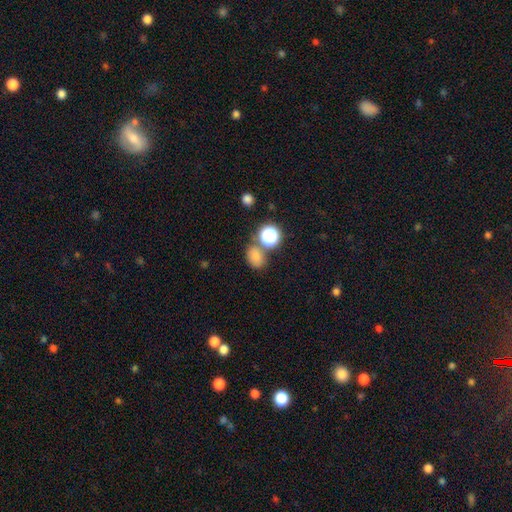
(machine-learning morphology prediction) The model was most divided on "how rounded": in between: 58%, round: 41%, cigar-shaped: 1%. More confident: smooth or featured — smooth (74%); merging — none (64%).